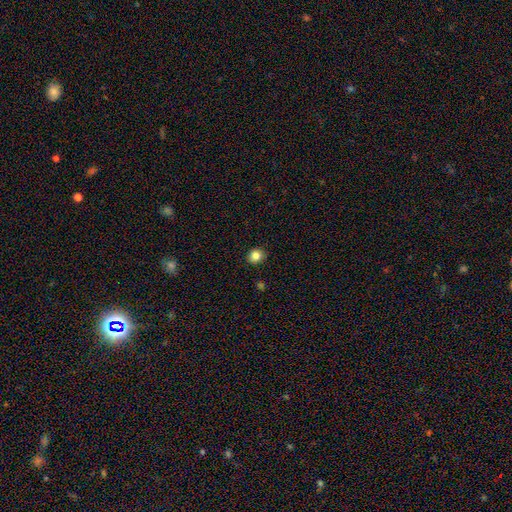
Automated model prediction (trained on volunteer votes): Morphology: type=smooth (84%); roundness=round (75%); merging=none (90%).